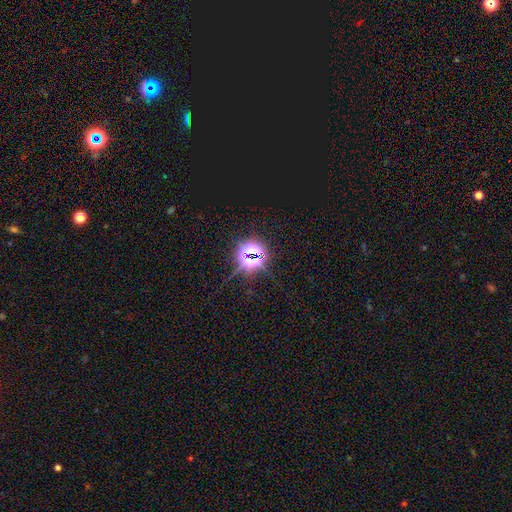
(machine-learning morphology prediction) Q: Smooth or featured?
A: star or artifact (77%); runner-up: smooth (14%)